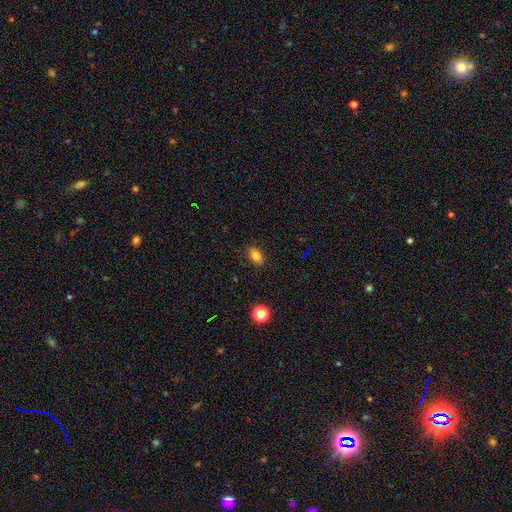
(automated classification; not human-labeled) Q: Smooth or featured?
A: smooth (82%); runner-up: star or artifact (12%)
Q: How rounded?
A: in between (83%); runner-up: round (14%)
Q: Merging?
A: none (85%); runner-up: minor disturbance (11%)